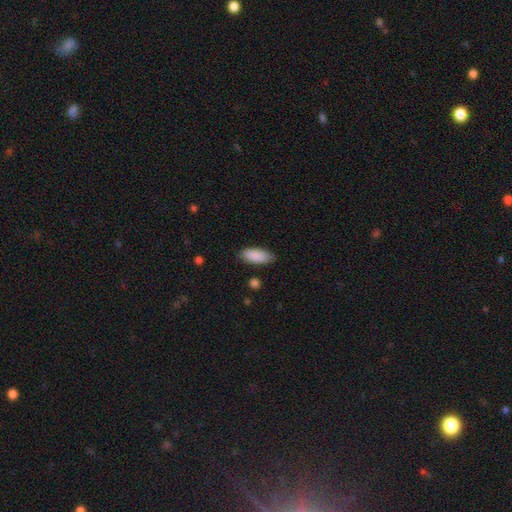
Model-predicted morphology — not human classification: Smooth or featured?
  - smooth: 89% *
  - star or artifact: 6%
  - featured or disk: 5%
How rounded?
  - in between: 82% *
  - cigar-shaped: 16%
  - round: 2%
Merging?
  - none: 83% *
  - minor disturbance: 13%
  - major disturbance: 2%
  - merger: 2%